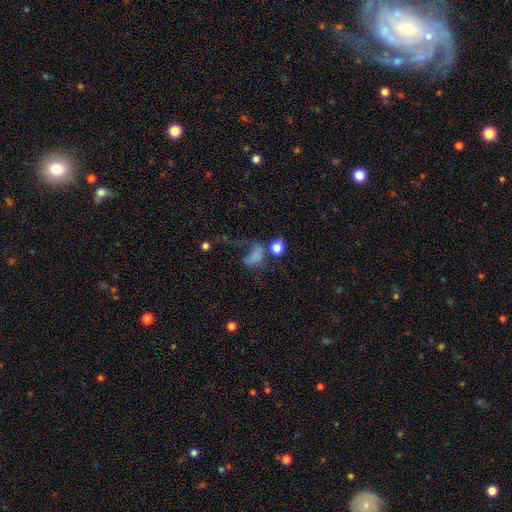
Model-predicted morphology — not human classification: A smooth galaxy with no disk features (61%) that is in between round and cigar-shaped (57%).

Vote fractions:
- Smooth or featured? smooth: 61% / featured or disk: 22% / star or artifact: 18%
- How rounded? in between: 57% / round: 41% / cigar-shaped: 3%
- Merging? major disturbance: 43% / merger: 22% / none: 22% / minor disturbance: 13%